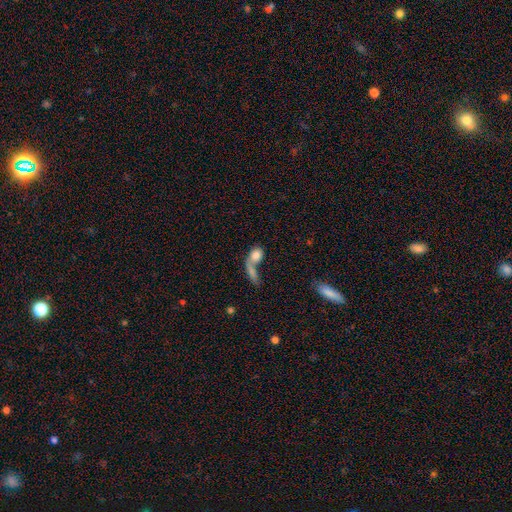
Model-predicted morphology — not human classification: Smooth or featured?
  - smooth: 74% *
  - featured or disk: 17%
  - star or artifact: 9%
How rounded?
  - in between: 56% *
  - round: 36%
  - cigar-shaped: 8%
Merging?
  - merger: 58% *
  - none: 21%
  - major disturbance: 13%
  - minor disturbance: 8%